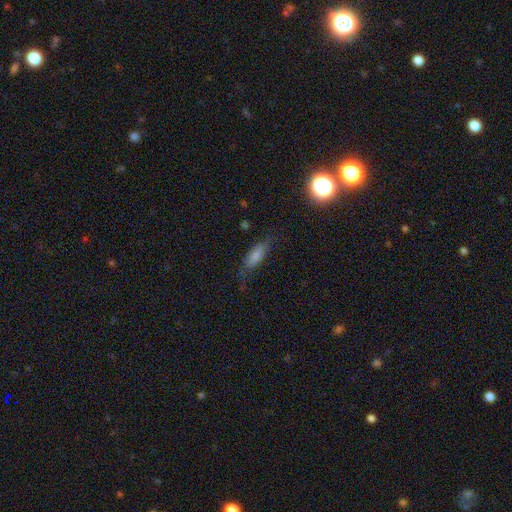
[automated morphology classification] smooth_or_featured: smooth (p=0.77) [alt: featured or disk p=0.15]
how_rounded: in between (p=0.60) [alt: cigar-shaped p=0.37]
merging: none (p=0.67) [alt: minor disturbance p=0.23]